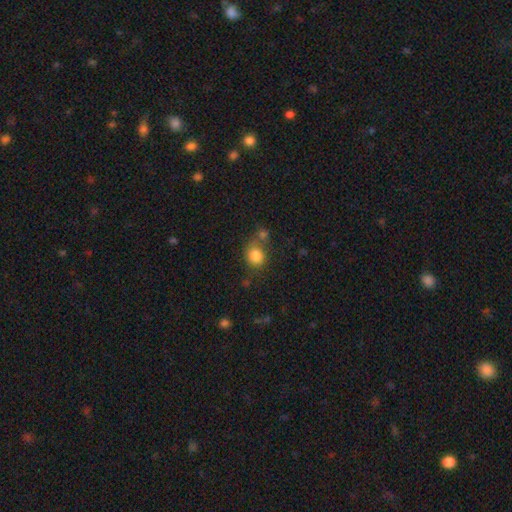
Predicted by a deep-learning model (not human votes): smooth 83%, star or artifact 10%, featured or disk 7%. Down the decision tree: how rounded — round (78%); merging — none (56%).